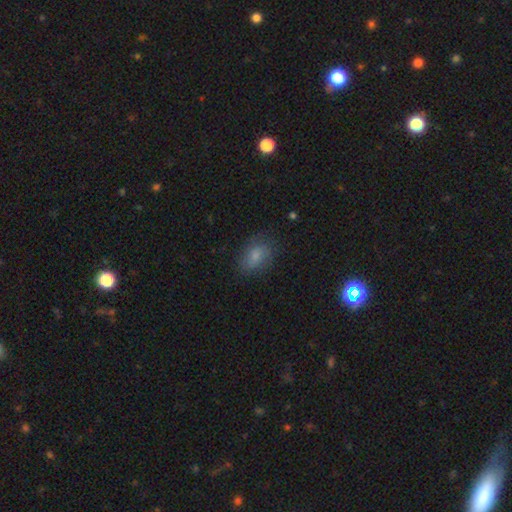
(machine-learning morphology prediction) The model was most divided on "merging": none: 70%, minor disturbance: 21%, major disturbance: 7%, merger: 2%. More confident: how rounded — in between (84%); smooth or featured — smooth (73%).